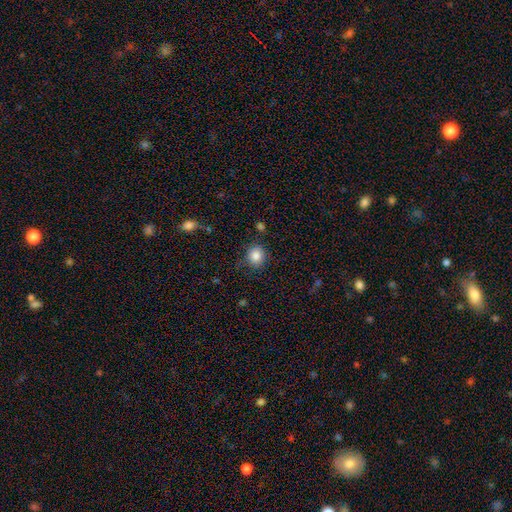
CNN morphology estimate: A smooth galaxy with no disk features (85%) that is round (82%).

Vote fractions:
- Smooth or featured? smooth: 85% / star or artifact: 10% / featured or disk: 5%
- How rounded? round: 82% / in between: 17% / cigar-shaped: 1%
- Merging? none: 82% / minor disturbance: 13% / major disturbance: 3% / merger: 2%